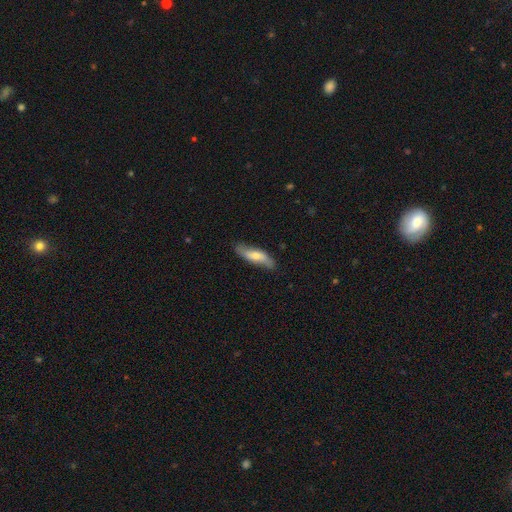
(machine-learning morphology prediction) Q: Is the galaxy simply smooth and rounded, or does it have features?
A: smooth — 53%.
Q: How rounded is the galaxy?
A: cigar-shaped — 55%.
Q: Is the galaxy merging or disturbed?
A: none — 77%.